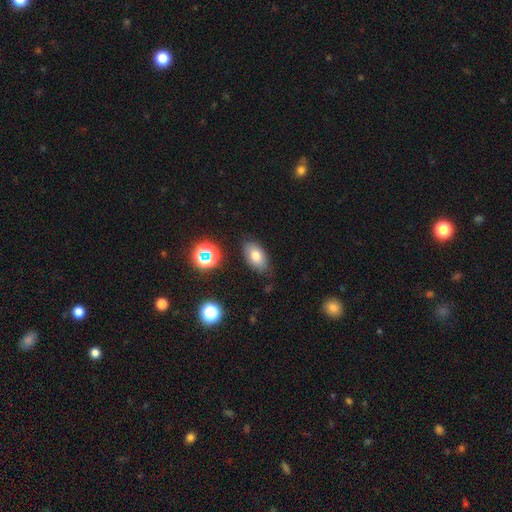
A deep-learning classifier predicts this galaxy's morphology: The model was most divided on "smooth or featured": smooth: 76%, featured or disk: 12%, star or artifact: 12%. More confident: how rounded — in between (91%); merging — none (81%).